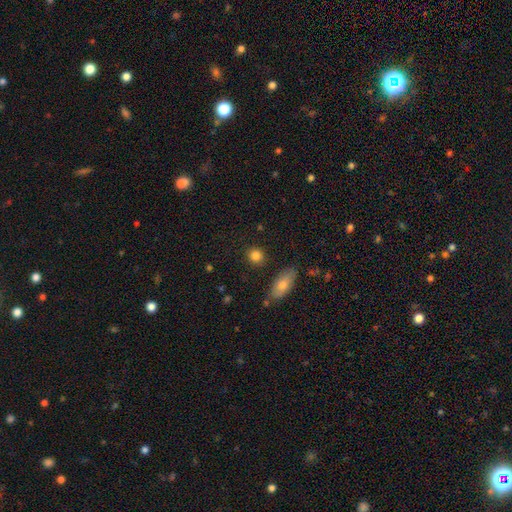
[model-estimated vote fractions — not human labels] Smooth or featured: smooth — 84% (star or artifact — 9%)
How rounded: round — 81% (in between — 17%)
Merging: none — 86% (minor disturbance — 8%)